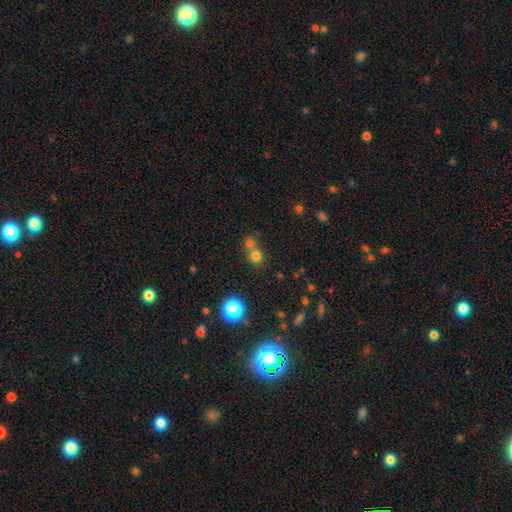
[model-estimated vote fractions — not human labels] This appears to be a smooth galaxy with no disk features (71%) that is round (85%). Merging: merger (46%, tied with none).